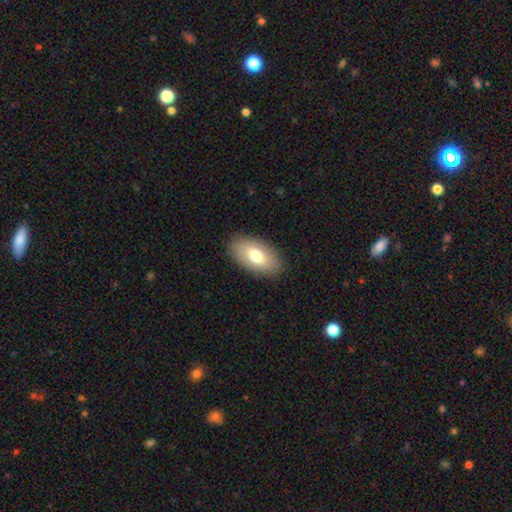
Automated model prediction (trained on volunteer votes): The model was most divided on "smooth or featured": smooth: 74%, featured or disk: 19%, star or artifact: 7%. More confident: how rounded — in between (94%); merging — none (87%).